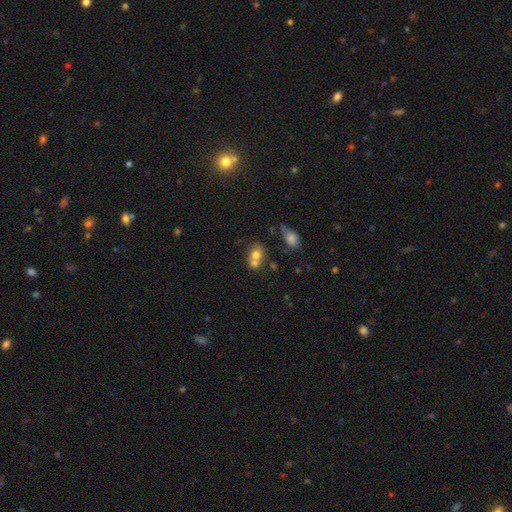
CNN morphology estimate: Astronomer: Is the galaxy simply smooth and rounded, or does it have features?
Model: smooth — 70%.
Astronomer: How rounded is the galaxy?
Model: round — 55% (runner-up: in between, 44%).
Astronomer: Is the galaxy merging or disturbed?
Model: merger — 59%.